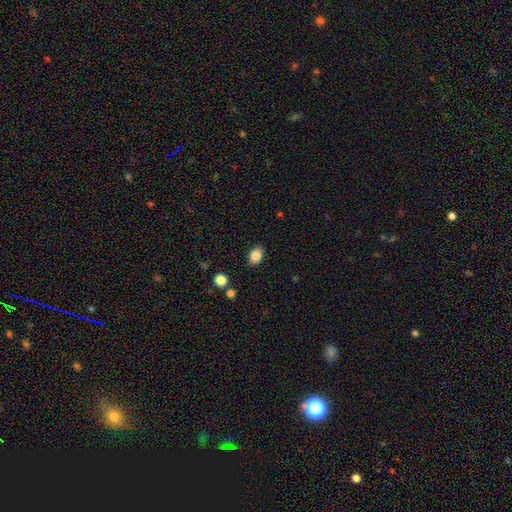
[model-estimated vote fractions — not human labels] The model was most divided on "how rounded": in between: 71%, round: 28%, cigar-shaped: 1%. More confident: merging — none (87%); smooth or featured — smooth (86%).